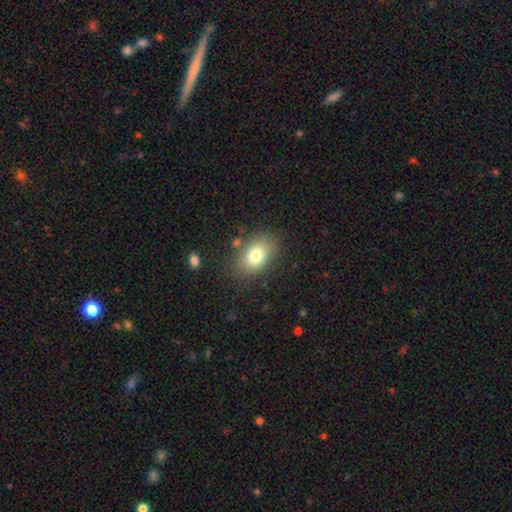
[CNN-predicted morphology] Overall: smooth (78%). How rounded: in between (81%). Merging: none (80%).